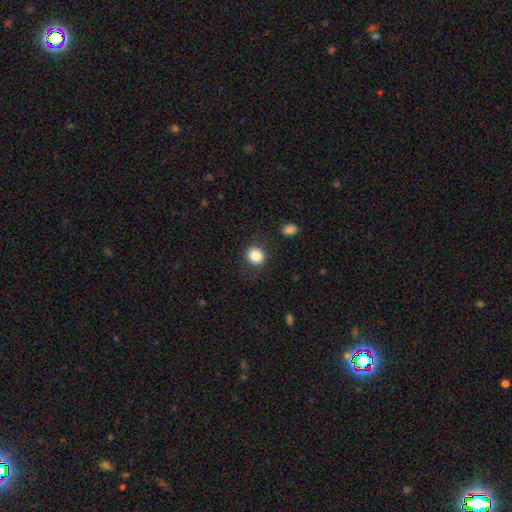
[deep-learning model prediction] smooth_or_featured: smooth (p=0.85) [alt: star or artifact p=0.10]
how_rounded: round (p=0.82) [alt: in between p=0.17]
merging: none (p=0.87) [alt: minor disturbance p=0.08]